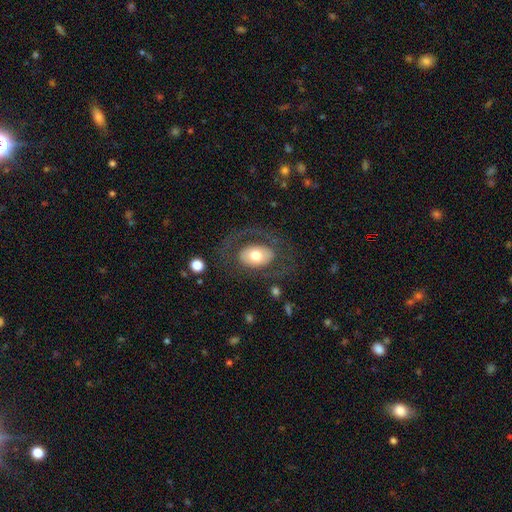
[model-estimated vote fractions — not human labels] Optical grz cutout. It shows a smooth galaxy with no disk features (50%). Merging: none (68%).